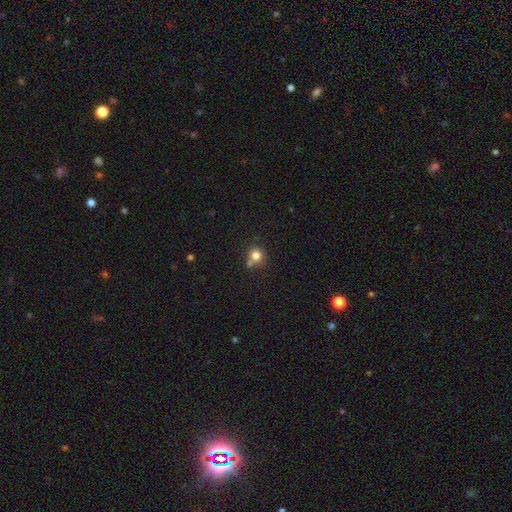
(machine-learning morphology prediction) This is likely a smooth galaxy (79%). How rounded: clearly round (86%). Merging: possibly none (58%).